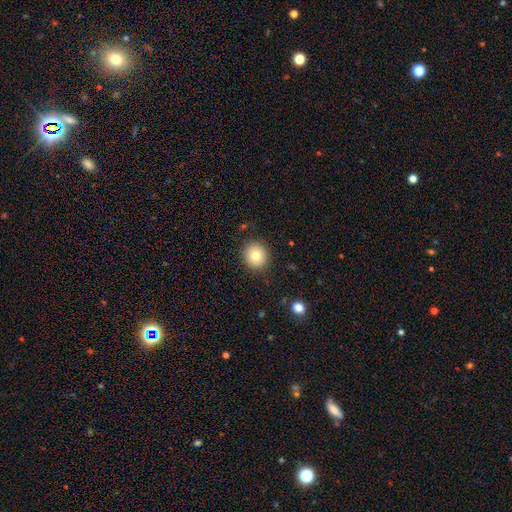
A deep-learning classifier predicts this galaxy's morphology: A smooth galaxy with no disk features (79%) that is round (91%).

Vote fractions:
- Smooth or featured? smooth: 79% / featured or disk: 11% / star or artifact: 10%
- How rounded? round: 91% / in between: 8% / cigar-shaped: 1%
- Merging? none: 89% / minor disturbance: 7% / major disturbance: 2% / merger: 1%